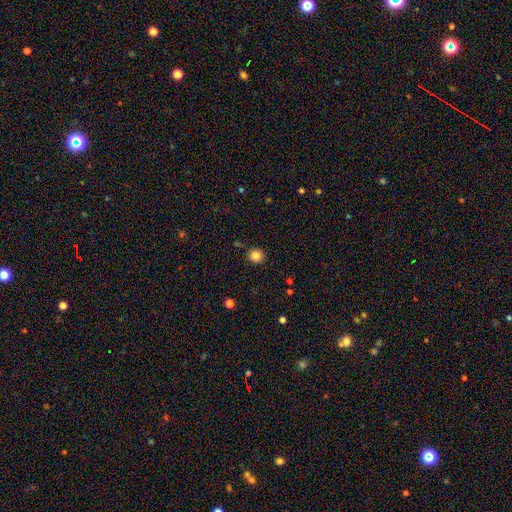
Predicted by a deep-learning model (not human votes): A smooth galaxy with no disk features (83%) that is round (88%). Merging: none (90%).